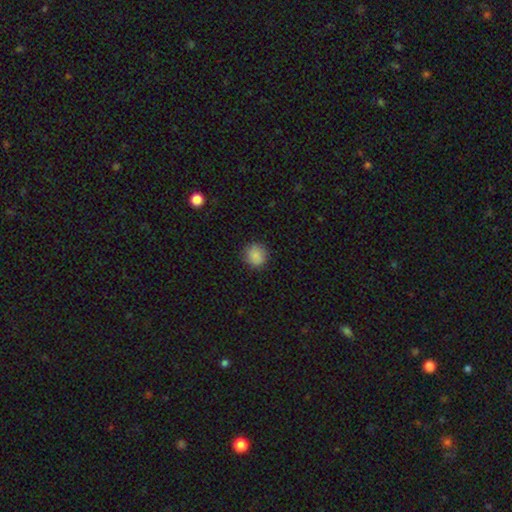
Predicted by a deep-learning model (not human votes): smooth 87%, star or artifact 9%, featured or disk 4%. Down the decision tree: how rounded — round (90%); merging — none (88%).